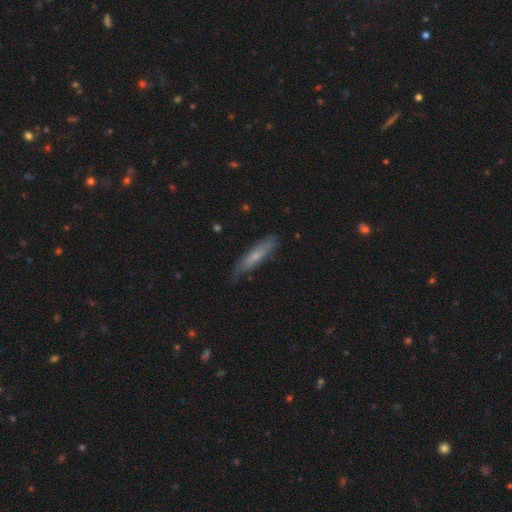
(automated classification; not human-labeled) Q: Smooth or featured?
A: smooth (59%); runner-up: featured or disk (35%)
Q: How rounded?
A: cigar-shaped (85%); runner-up: in between (13%)
Q: Merging?
A: none (74%); runner-up: minor disturbance (21%)